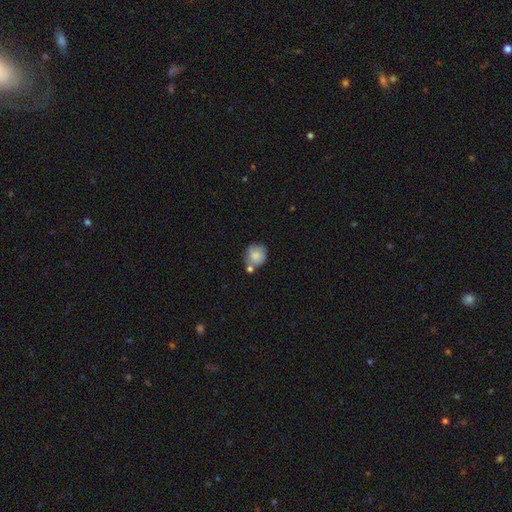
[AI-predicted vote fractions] A smooth galaxy with no disk features (77%) that is round (81%). Merging: none (53%).